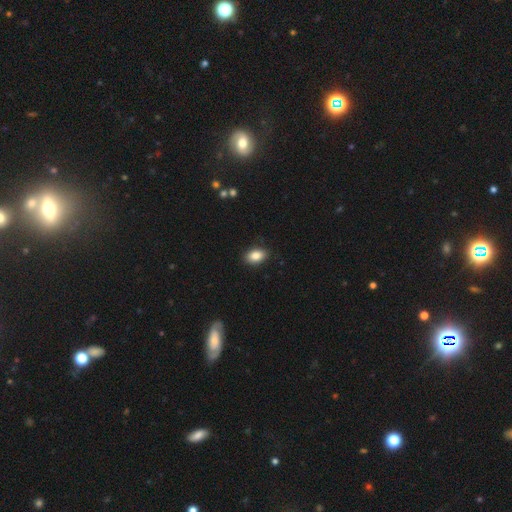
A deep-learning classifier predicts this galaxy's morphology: This appears to be a smooth galaxy with no disk features (86%) that is in between round and cigar-shaped (88%). Merging: none (88%).